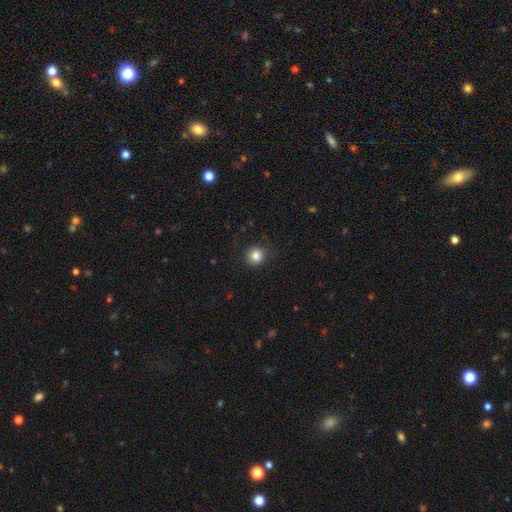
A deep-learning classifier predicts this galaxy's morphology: Q: Smooth or featured?
A: smooth (84%); runner-up: star or artifact (11%)
Q: How rounded?
A: round (91%); runner-up: in between (8%)
Q: Merging?
A: none (88%); runner-up: minor disturbance (8%)